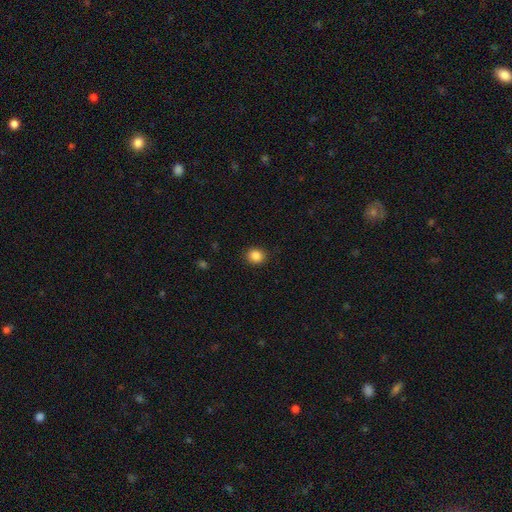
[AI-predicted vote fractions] The model was most divided on "how rounded": round: 76%, in between: 23%, cigar-shaped: 1%. More confident: merging — none (89%); smooth or featured — smooth (86%).